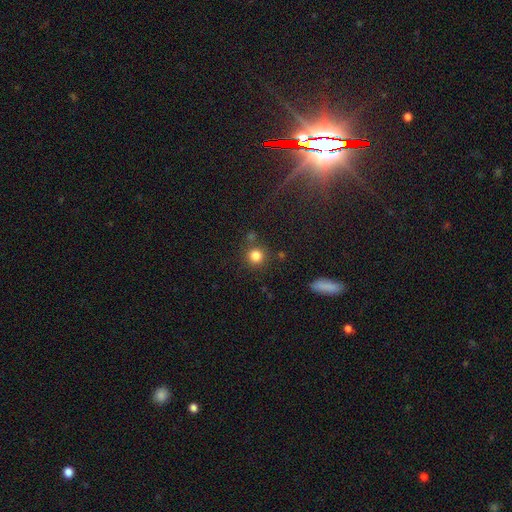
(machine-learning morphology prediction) type=smooth (82%); roundness=round (92%); merging=none (79%).